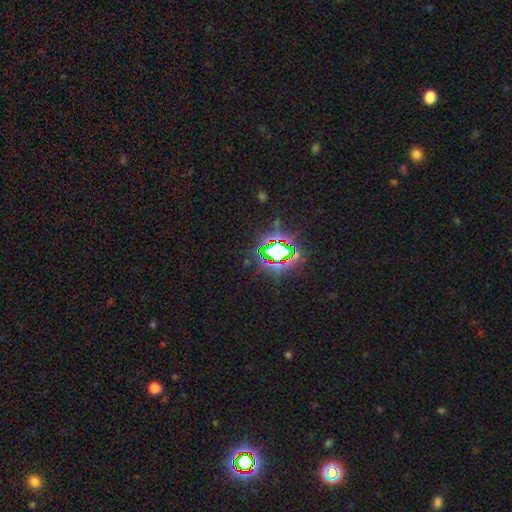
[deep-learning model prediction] A star or artifact, not a galaxy (82%).